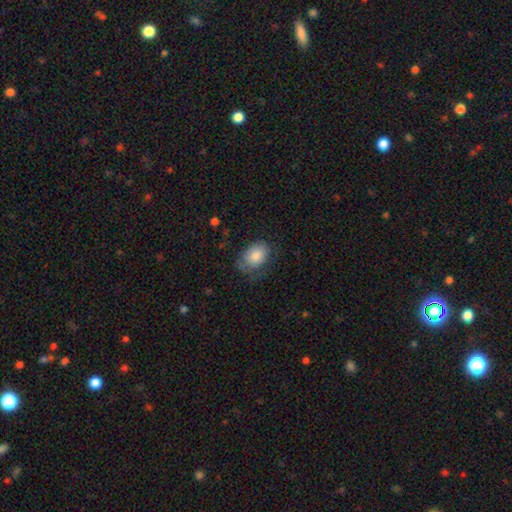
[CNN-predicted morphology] Smooth or featured? smooth (80%)
How rounded? in between (75%)
Merging? none (57%)